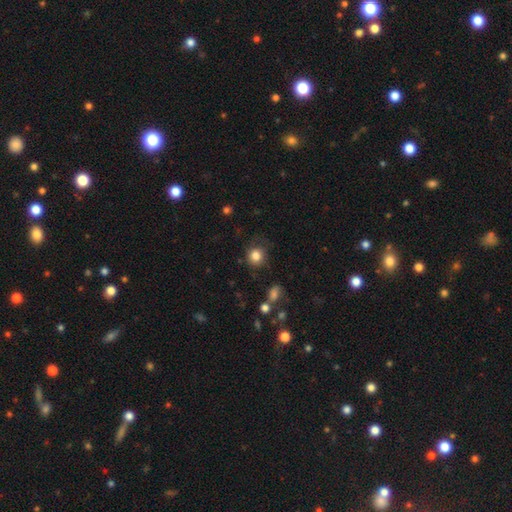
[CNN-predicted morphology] Smooth or featured? smooth (83%)
How rounded? round (87%)
Merging? none (72%)